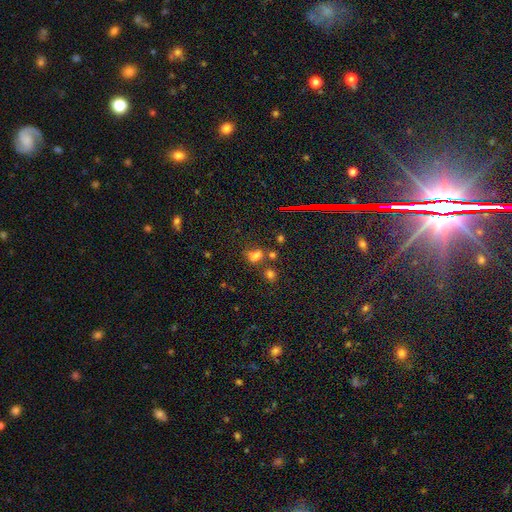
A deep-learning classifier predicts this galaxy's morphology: Smooth or featured? smooth (62%)
How rounded? in between (66%)
Merging? none (50%)